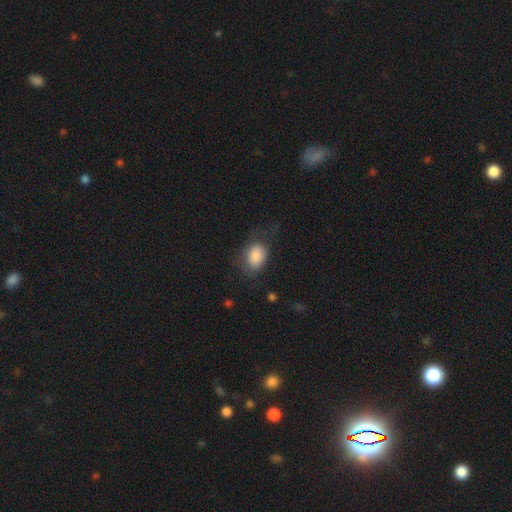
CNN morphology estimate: This appears to be a smooth galaxy with no disk features (84%) that is in between round and cigar-shaped (81%). Merging: none (52%).